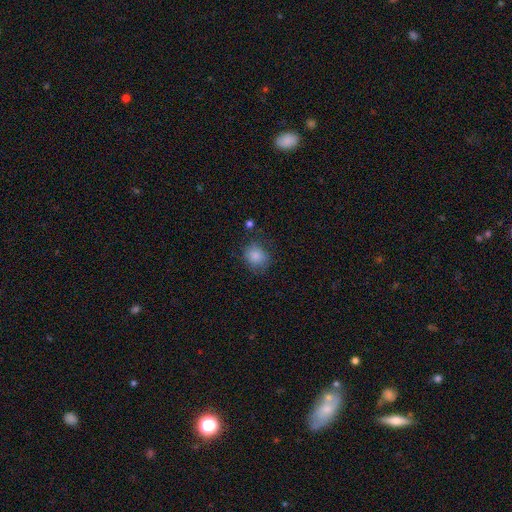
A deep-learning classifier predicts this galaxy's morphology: Q: Smooth or featured?
A: smooth (85%); runner-up: star or artifact (9%)
Q: How rounded?
A: round (69%); runner-up: in between (30%)
Q: Merging?
A: none (71%); runner-up: minor disturbance (20%)